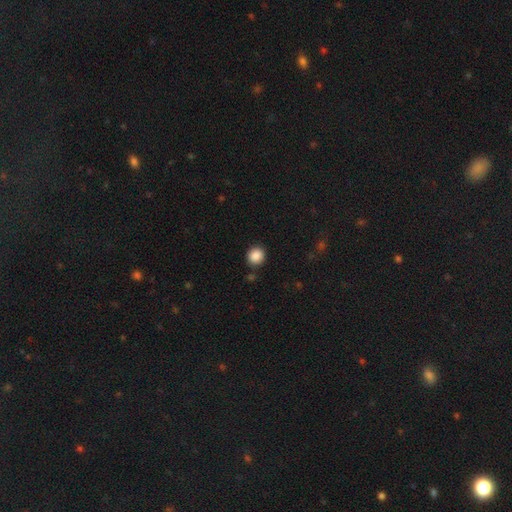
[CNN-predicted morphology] The model was most divided on "how rounded": round: 86%, in between: 13%, cigar-shaped: 1%. More confident: merging — none (88%); smooth or featured — smooth (88%).